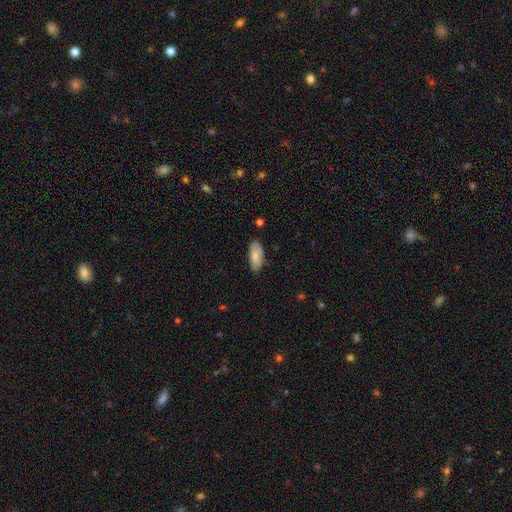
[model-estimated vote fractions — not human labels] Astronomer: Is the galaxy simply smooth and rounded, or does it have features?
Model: smooth — 81%.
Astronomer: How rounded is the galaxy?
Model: in between — 87%.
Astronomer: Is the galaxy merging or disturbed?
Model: none — 80%.